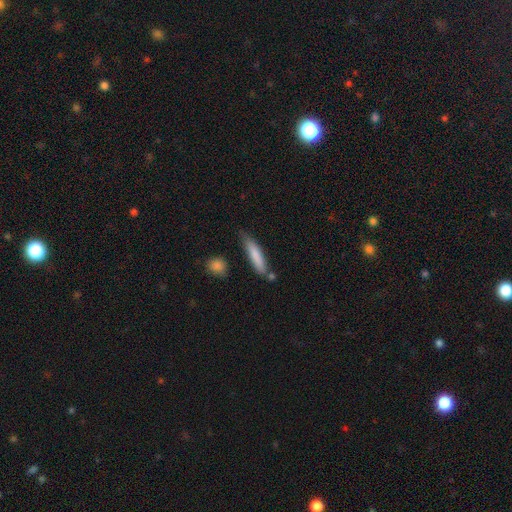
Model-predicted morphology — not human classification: smooth-or-featured: smooth: 80% | featured or disk: 15% | star or artifact: 6%
  how-rounded: cigar-shaped: 83% | in between: 16% | round: 2%
  merging: none: 68% | minor disturbance: 21% | merger: 7% | major disturbance: 4%